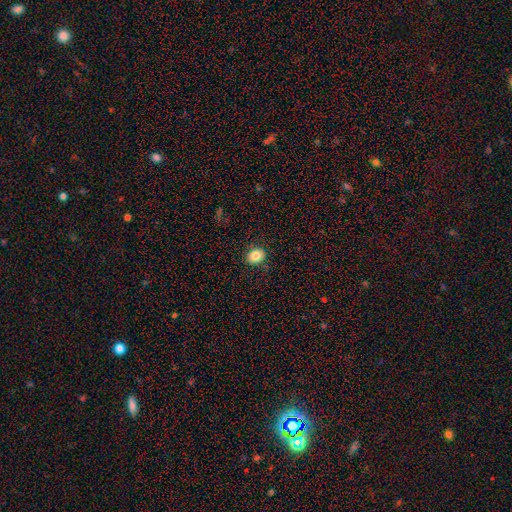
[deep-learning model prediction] Smooth or featured? smooth (83%)
How rounded? round (53%)
Merging? none (87%)